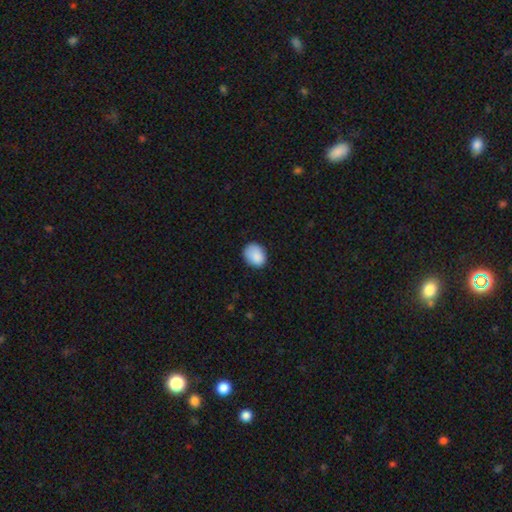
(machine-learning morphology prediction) smooth 88%, star or artifact 8%, featured or disk 4%. Down the decision tree: how rounded — in between (52%); merging — none (77%).